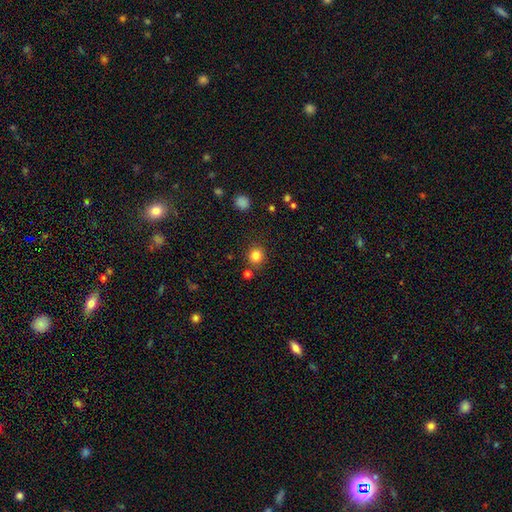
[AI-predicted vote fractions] Smooth or featured? smooth (83%)
How rounded? round (83%)
Merging? none (84%)